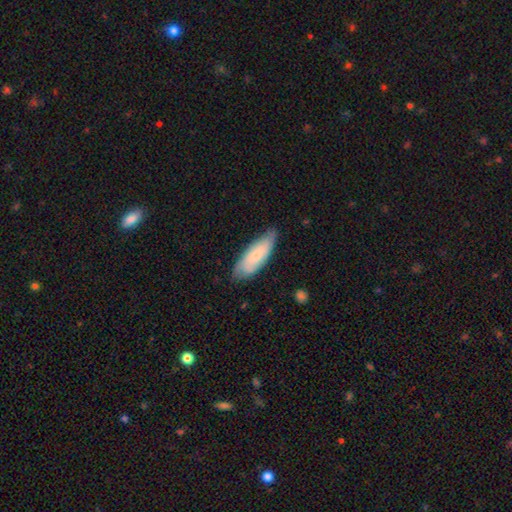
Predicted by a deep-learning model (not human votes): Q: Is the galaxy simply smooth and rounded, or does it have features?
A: smooth — 68%.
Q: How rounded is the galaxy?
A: in between — 66%.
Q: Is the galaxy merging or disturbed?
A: none — 71%.